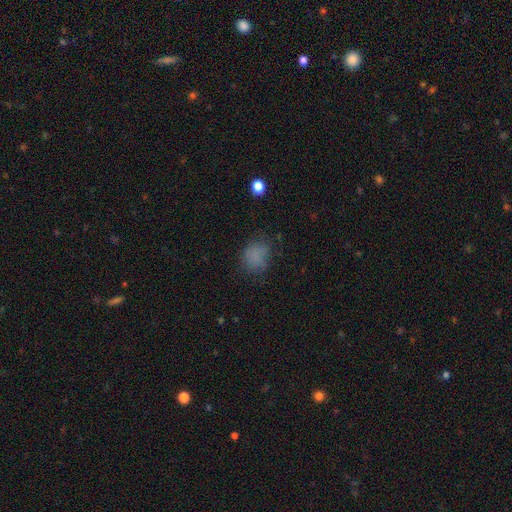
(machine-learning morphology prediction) smooth_or_featured: smooth (p=0.76) [alt: star or artifact p=0.16]
how_rounded: round (p=0.61) [alt: in between p=0.37]
merging: none (p=0.65) [alt: minor disturbance p=0.22]